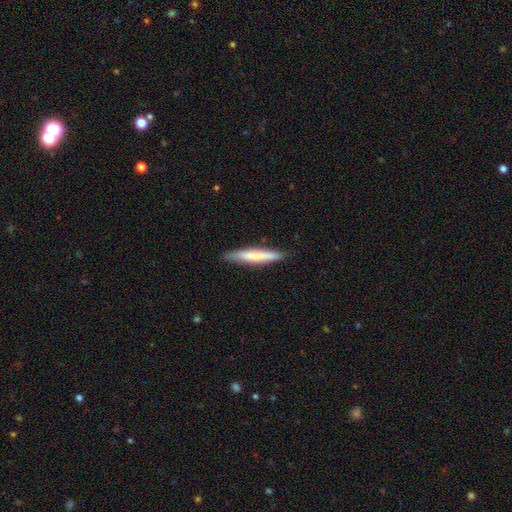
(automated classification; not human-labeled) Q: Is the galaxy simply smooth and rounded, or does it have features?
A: smooth — 70%.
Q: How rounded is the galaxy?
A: cigar-shaped — 93%.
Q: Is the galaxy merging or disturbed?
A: none — 86%.